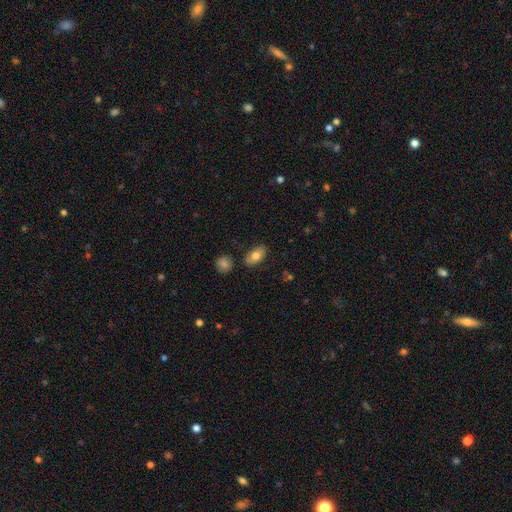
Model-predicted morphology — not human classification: smooth 78%, featured or disk 15%, star or artifact 7%. Down the decision tree: how rounded — in between (91%); merging — none (81%).